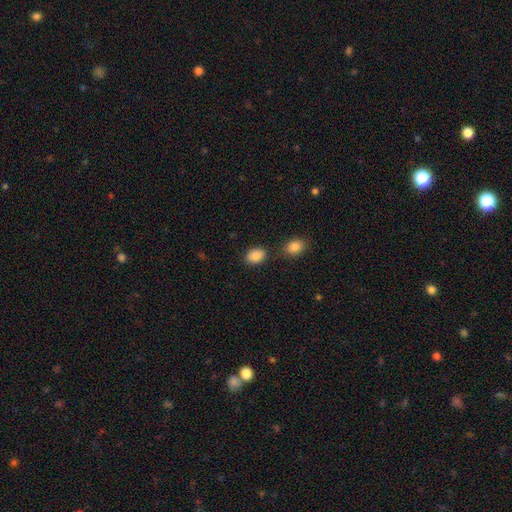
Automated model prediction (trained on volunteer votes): A smooth galaxy with no disk features (88%) that is in between round and cigar-shaped (79%). Merging: none (78%).